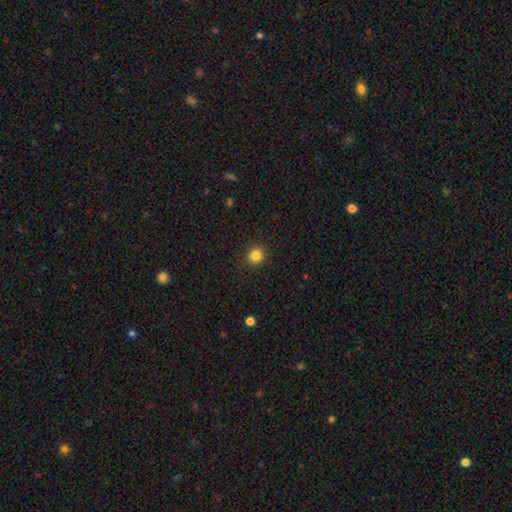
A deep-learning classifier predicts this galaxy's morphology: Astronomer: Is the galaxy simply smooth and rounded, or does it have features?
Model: smooth — 84%.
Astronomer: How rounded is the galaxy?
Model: round — 89%.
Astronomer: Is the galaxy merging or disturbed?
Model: none — 90%.